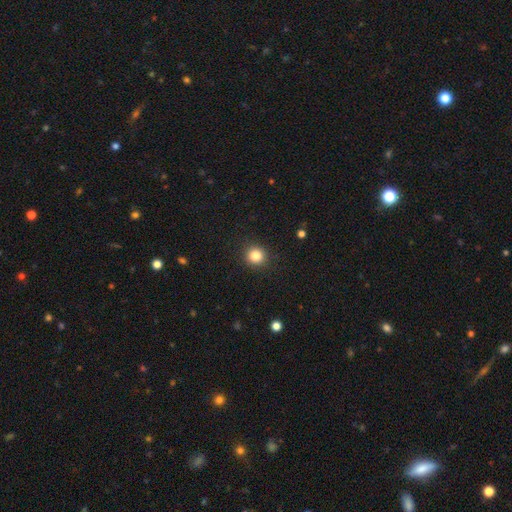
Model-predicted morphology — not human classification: A smooth galaxy with no disk features (84%) that is round (92%).

Vote fractions:
- Smooth or featured? smooth: 84% / star or artifact: 11% / featured or disk: 5%
- How rounded? round: 92% / in between: 7% / cigar-shaped: 1%
- Merging? none: 91% / minor disturbance: 6% / major disturbance: 2% / merger: 1%